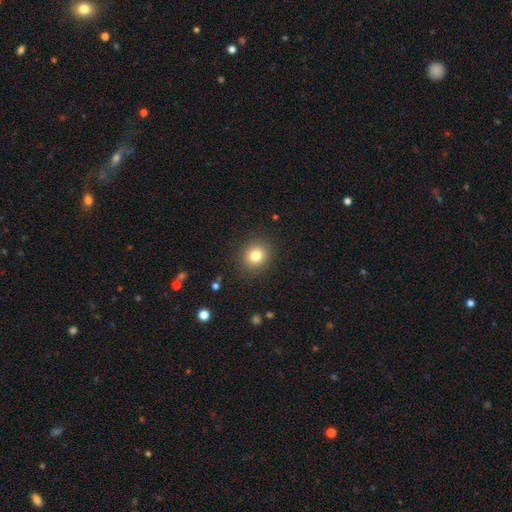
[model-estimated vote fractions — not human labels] Smooth or featured: smooth — 80% (star or artifact — 12%)
How rounded: round — 80% (in between — 19%)
Merging: none — 89% (minor disturbance — 8%)